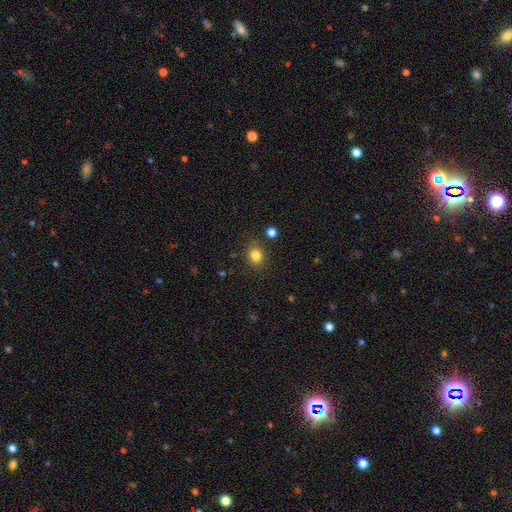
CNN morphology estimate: Smooth or featured?
  - smooth: 82% *
  - star or artifact: 12%
  - featured or disk: 6%
How rounded?
  - round: 62% *
  - in between: 38%
  - cigar-shaped: 1%
Merging?
  - none: 82% *
  - minor disturbance: 12%
  - major disturbance: 3%
  - merger: 3%